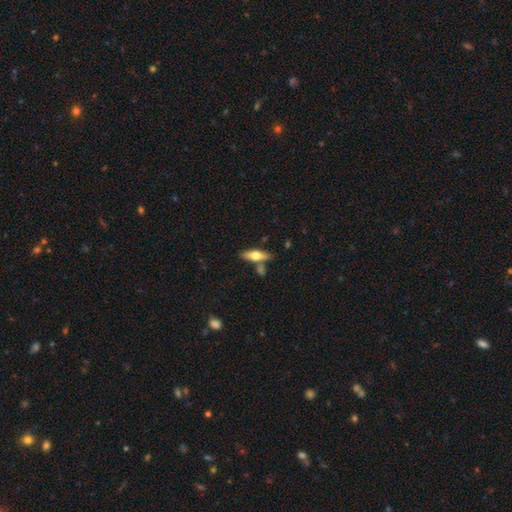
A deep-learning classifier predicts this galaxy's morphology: The model was most divided on "smooth or featured" (2-way tie): smooth: 47%, featured or disk: 47%, star or artifact: 6%. More confident: merging — none (72%).